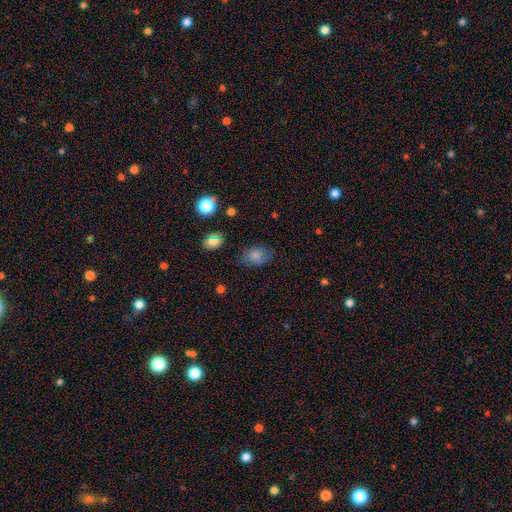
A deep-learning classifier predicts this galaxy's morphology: This is likely a smooth galaxy (75%). How rounded: likely in between (76%). Merging: likely none (67%).